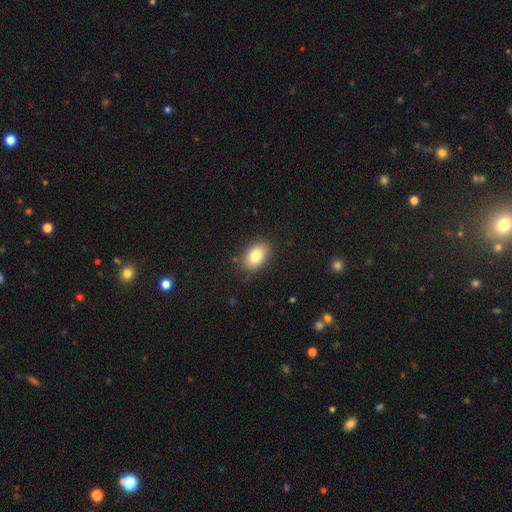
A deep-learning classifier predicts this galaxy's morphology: This appears to be a smooth galaxy with no disk features (82%) that is in between round and cigar-shaped (84%). Merging: none (85%).